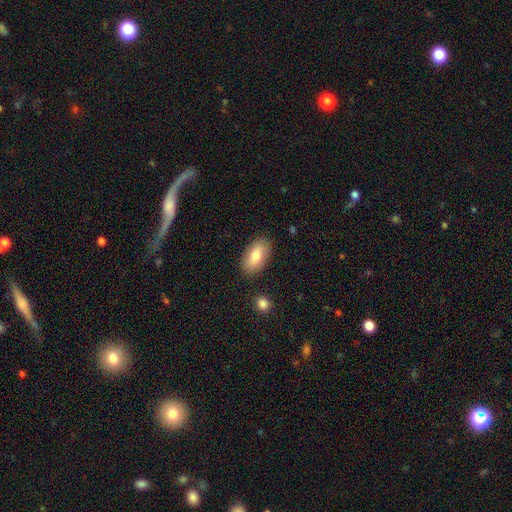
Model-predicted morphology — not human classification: smooth-or-featured: smooth: 79% | featured or disk: 15% | star or artifact: 6%
  how-rounded: in between: 93% | round: 4% | cigar-shaped: 3%
  merging: none: 85% | minor disturbance: 10% | major disturbance: 3% | merger: 2%